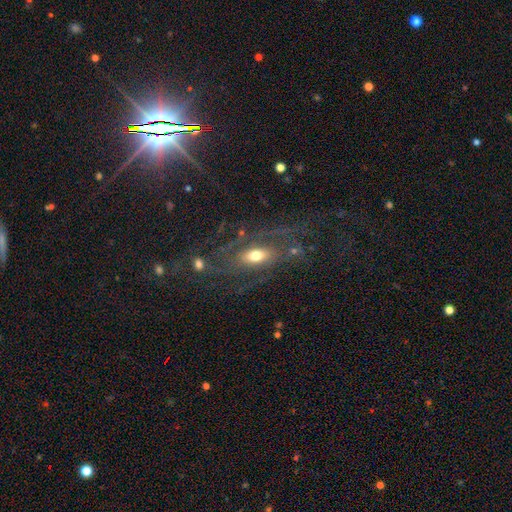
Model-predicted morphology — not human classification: smooth_or_featured: featured or disk (p=0.69) [alt: smooth p=0.22]
disk_edge_on: no (p=0.89) [alt: yes p=0.11]
bar: no (p=0.63) [alt: weak p=0.26]
has_spiral_arms: yes (p=0.76) [alt: no p=0.24]
bulge_size: moderate (p=0.66) [alt: large p=0.16]
merging: none (p=0.59) [alt: major disturbance p=0.20]